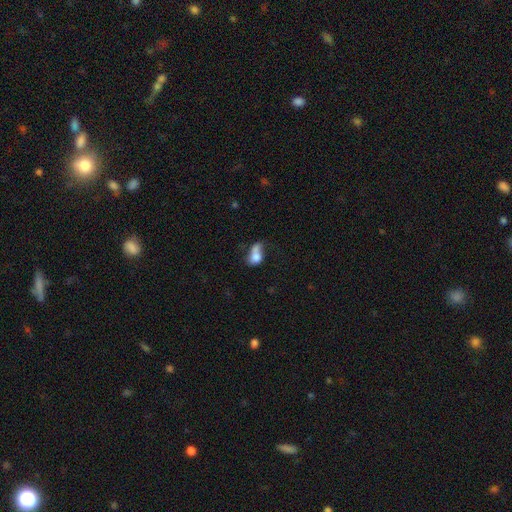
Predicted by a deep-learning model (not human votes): Smooth or featured: smooth — 68% (featured or disk — 22%)
How rounded: in between — 73% (round — 24%)
Merging: merger — 33% (major disturbance — 26%)